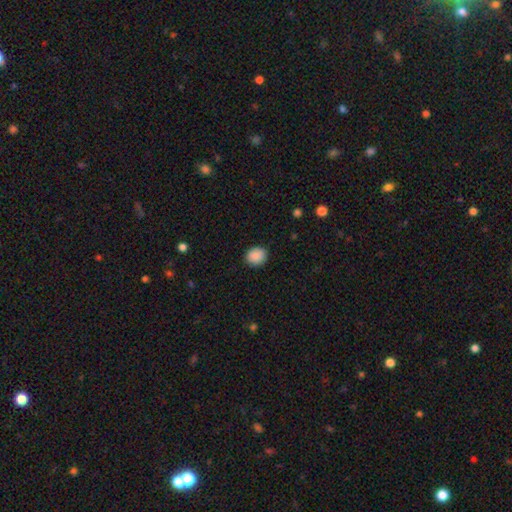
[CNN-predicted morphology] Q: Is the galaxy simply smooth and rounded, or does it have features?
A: smooth — 89%.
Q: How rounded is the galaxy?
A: round — 70%.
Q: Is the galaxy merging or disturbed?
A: none — 88%.